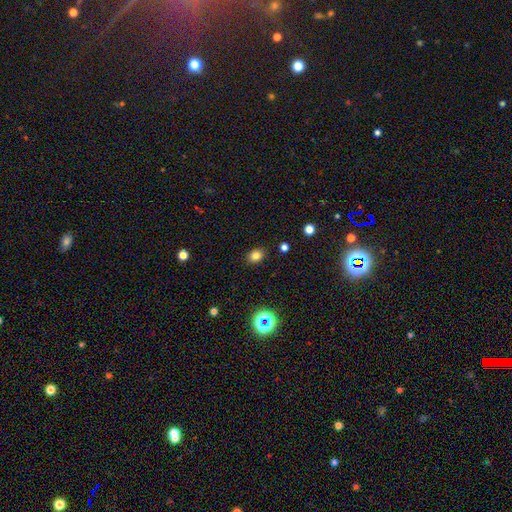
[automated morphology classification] type=smooth (79%); roundness=in between (63%); merging=none (88%).